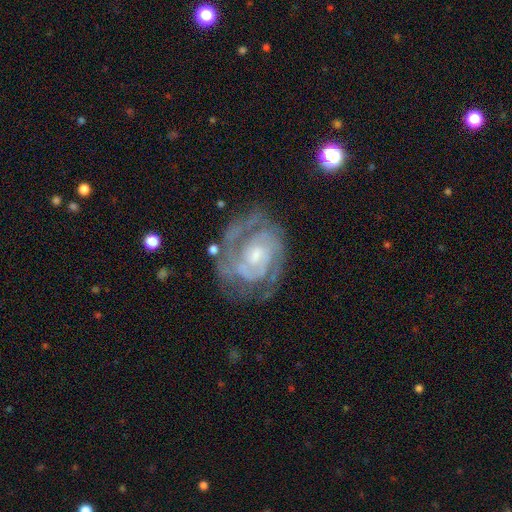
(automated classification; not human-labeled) Smooth or featured? Predicted: featured or disk (p=0.88). Edge-on disk? Predicted: no (p=0.97). Bar? Predicted: no (p=0.54). Spiral arms? Predicted: yes (p=0.95). Spiral winding? Predicted: tight (p=0.61). Spiral arm count? Predicted: 2 (p=0.52). Bulge size? Predicted: small (p=0.47). Merging? Predicted: none (p=0.65).